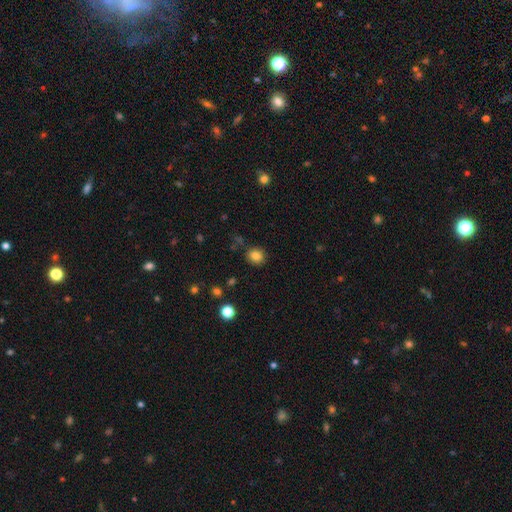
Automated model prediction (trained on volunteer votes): smooth_or_featured: smooth (p=0.82) [alt: star or artifact p=0.12]
how_rounded: round (p=0.80) [alt: in between p=0.19]
merging: none (p=0.85) [alt: minor disturbance p=0.09]